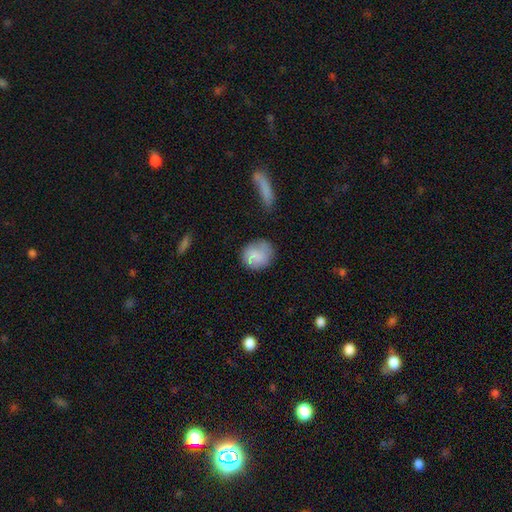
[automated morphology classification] The model was most divided on "merging": none: 65%, minor disturbance: 22%, major disturbance: 7%, merger: 6%. More confident: smooth or featured — smooth (77%); how rounded — round (75%).